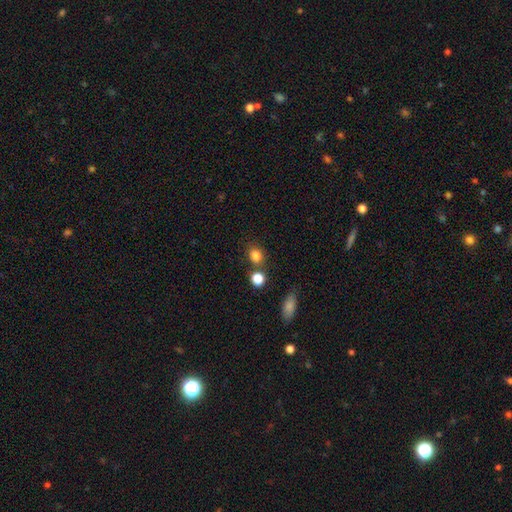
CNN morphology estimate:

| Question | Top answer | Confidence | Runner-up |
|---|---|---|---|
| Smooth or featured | smooth | 82% | star or artifact (12%) |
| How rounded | round | 64% | in between (35%) |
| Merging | none | 70% | merger (15%) |